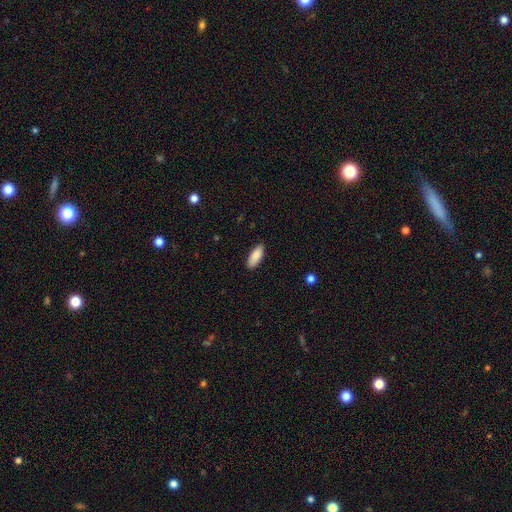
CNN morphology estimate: Smooth or featured: smooth — 88% (featured or disk — 6%)
How rounded: in between — 77% (cigar-shaped — 21%)
Merging: none — 88% (minor disturbance — 9%)